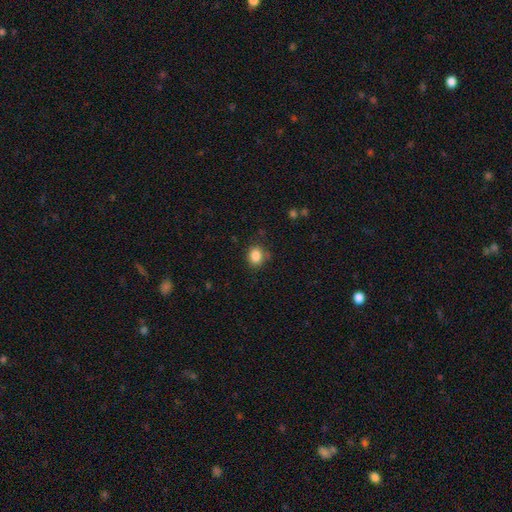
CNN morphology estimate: Smooth or featured: smooth — 85% (star or artifact — 10%)
How rounded: round — 64% (in between — 35%)
Merging: none — 78% (minor disturbance — 16%)